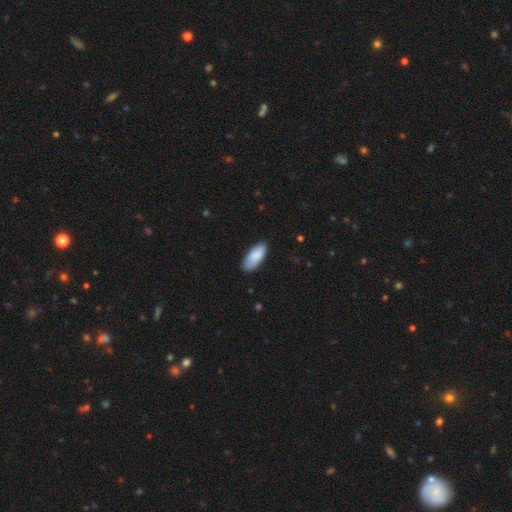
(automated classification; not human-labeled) A smooth galaxy with no disk features (87%) that is in between round and cigar-shaped (84%).

Vote fractions:
- Smooth or featured? smooth: 87% / featured or disk: 7% / star or artifact: 6%
- How rounded? in between: 84% / cigar-shaped: 14% / round: 1%
- Merging? none: 82% / minor disturbance: 15% / major disturbance: 2% / merger: 1%